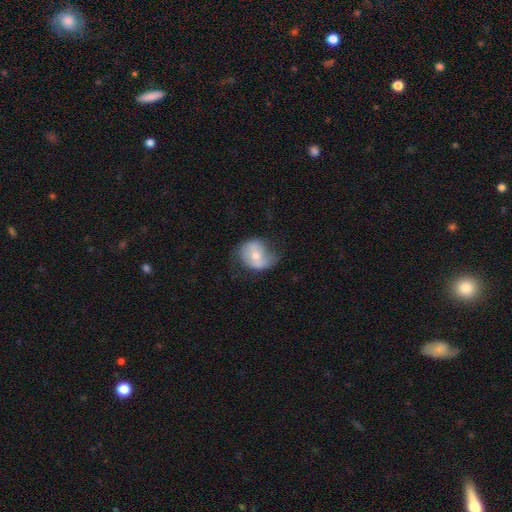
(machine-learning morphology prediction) Smooth or featured: smooth — 50% (featured or disk — 43%)
Merging: none — 42% (minor disturbance — 36%)